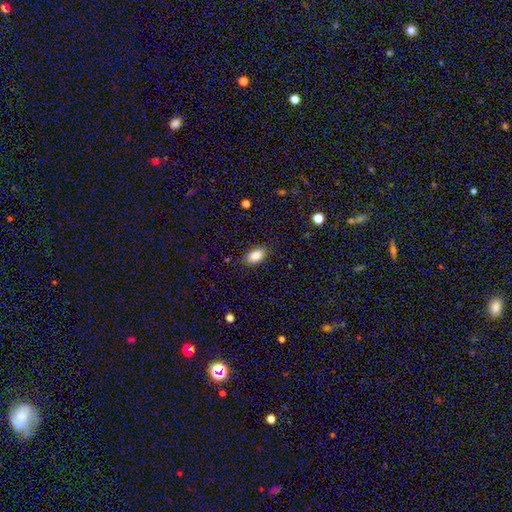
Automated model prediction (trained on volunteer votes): A smooth galaxy with no disk features (87%) that is in between round and cigar-shaped (92%).

Vote fractions:
- Smooth or featured? smooth: 87% / star or artifact: 8% / featured or disk: 5%
- How rounded? in between: 92% / round: 6% / cigar-shaped: 2%
- Merging? none: 84% / minor disturbance: 12% / major disturbance: 3% / merger: 1%